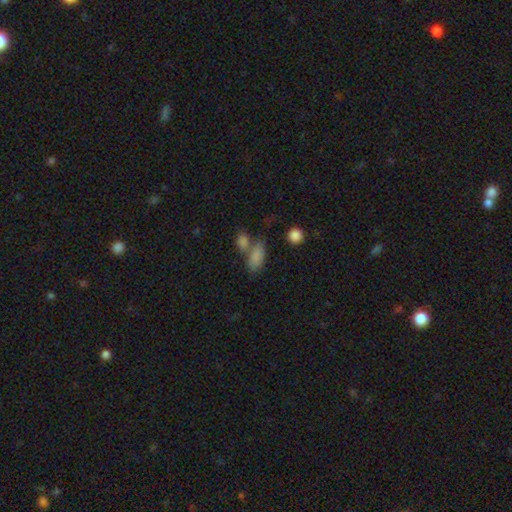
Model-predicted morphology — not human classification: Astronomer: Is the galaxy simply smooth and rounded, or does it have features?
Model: smooth — 83%.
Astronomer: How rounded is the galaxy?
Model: in between — 87%.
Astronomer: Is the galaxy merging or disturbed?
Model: none — 46% (runner-up: merger, 37%).